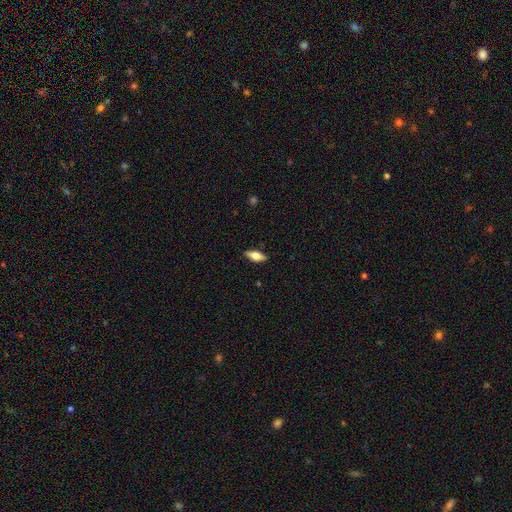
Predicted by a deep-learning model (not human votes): Smooth or featured? Predicted: smooth (p=0.60). How rounded? Predicted: in between (p=0.71). Merging? Predicted: none (p=0.86).